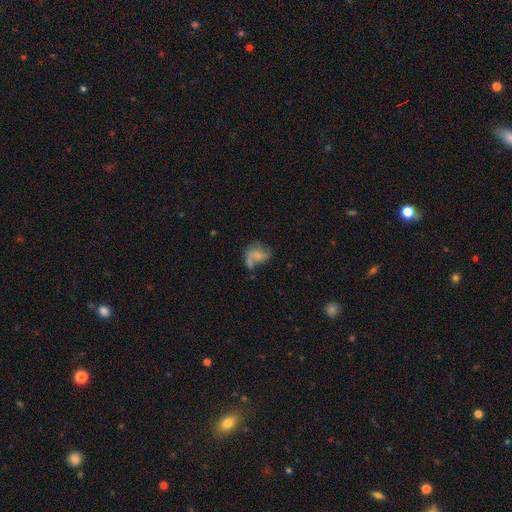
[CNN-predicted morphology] Smooth or featured: smooth — 50% (featured or disk — 39%)
Merging: none — 30% (merger — 26%)